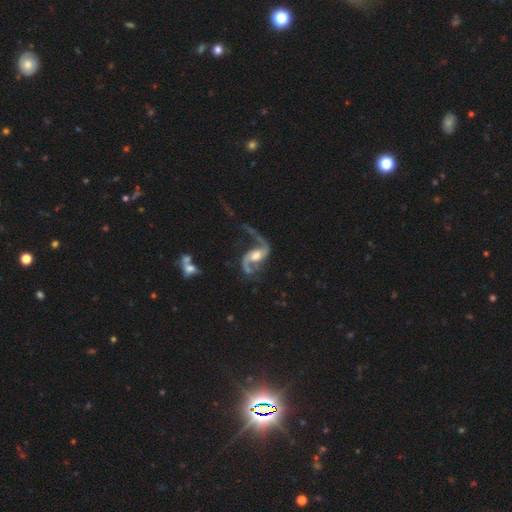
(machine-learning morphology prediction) type=featured or disk (90%); edge-on=no (97%); bar=weak (41%); spiral arms=yes (97%); winding=loose (66%); arm count=2 (90%); bulge=moderate (56%); merging=none (50%).